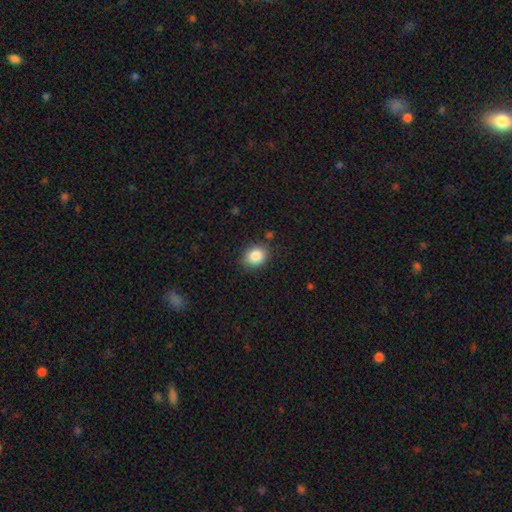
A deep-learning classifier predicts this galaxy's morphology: type=smooth (85%); roundness=in between (50%); merging=none (84%).